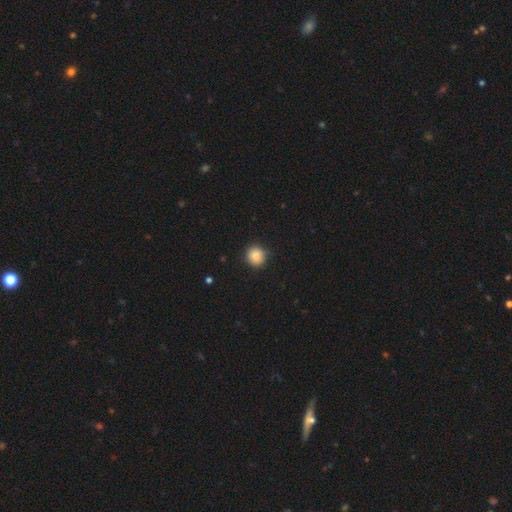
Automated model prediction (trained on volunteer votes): Smooth or featured? smooth (84%)
How rounded? round (92%)
Merging? none (86%)